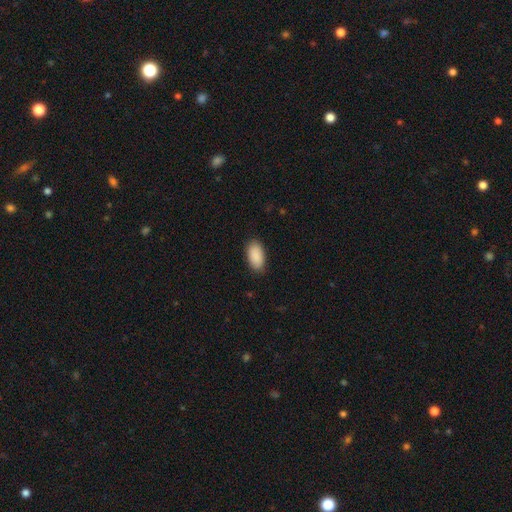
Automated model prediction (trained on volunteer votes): Overall: smooth (91%). How rounded: in between (95%). Merging: none (86%).